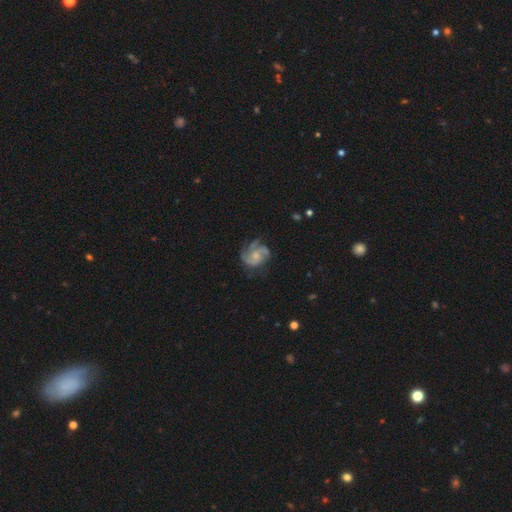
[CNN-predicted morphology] Smooth or featured: featured or disk — 80% (smooth — 14%)
Edge-on disk: no — 98% (yes — 2%)
Bar: no — 73% (weak — 24%)
Spiral arms: yes — 94% (no — 6%)
Spiral winding: medium — 46% (tight — 39%)
Spiral arm count: 3 — 47% (2 — 21%)
Bulge size: small — 52% (moderate — 33%)
Merging: none — 61% (minor disturbance — 22%)